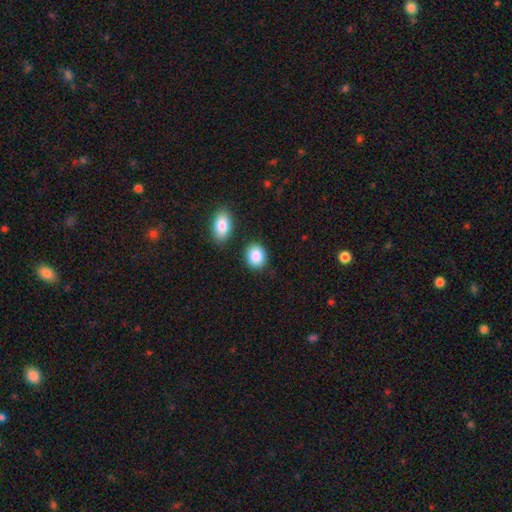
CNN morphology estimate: A smooth galaxy with no disk features (88%) that is in between round and cigar-shaped (50%). Merging: none (82%).